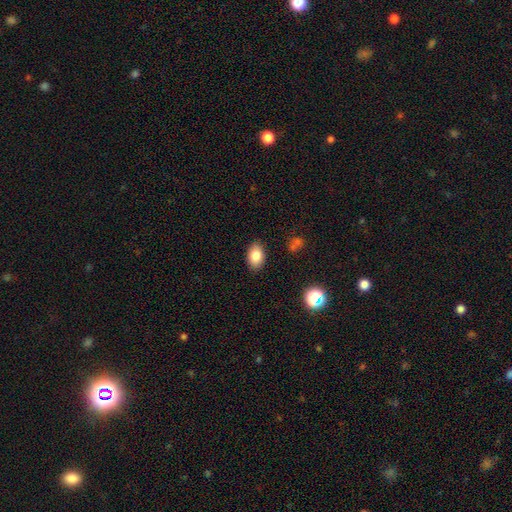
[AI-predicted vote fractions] Q: Smooth or featured?
A: smooth (84%); runner-up: star or artifact (8%)
Q: How rounded?
A: in between (87%); runner-up: round (12%)
Q: Merging?
A: none (87%); runner-up: minor disturbance (10%)